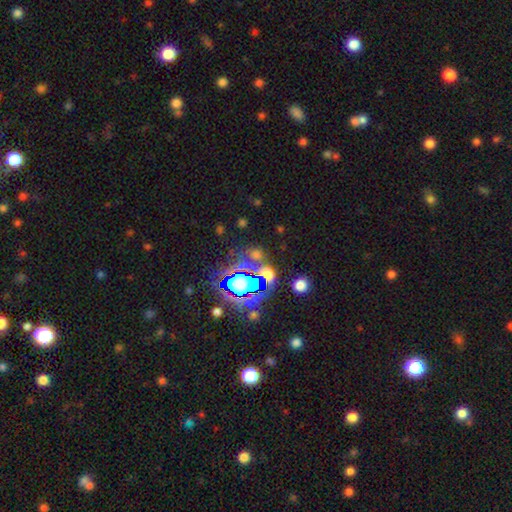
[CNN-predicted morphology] This appears to be a star or artifact, not a galaxy (47%).